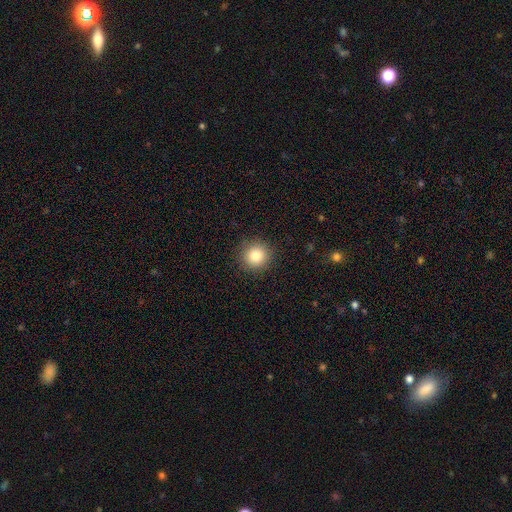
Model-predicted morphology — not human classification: type=smooth (83%); roundness=round (93%); merging=none (90%).